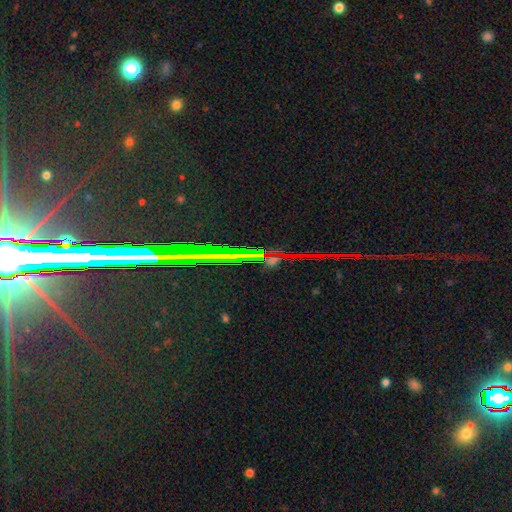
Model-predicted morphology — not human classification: Smooth or featured: star or artifact — 82% (featured or disk — 9%)